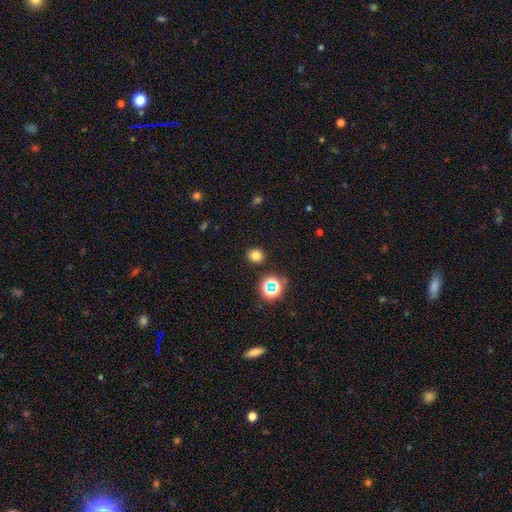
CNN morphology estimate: This appears to be a smooth galaxy with no disk features (76%) that is round (85%). Merging: none (90%).